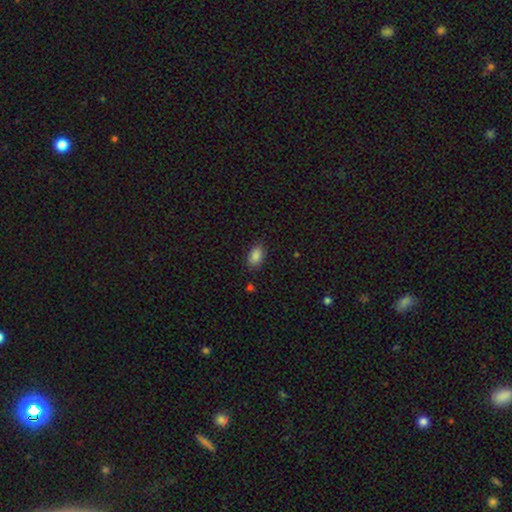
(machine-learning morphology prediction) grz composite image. It shows a smooth galaxy with no disk features (87%) that is in between round and cigar-shaped (89%). Merging: none (84%).